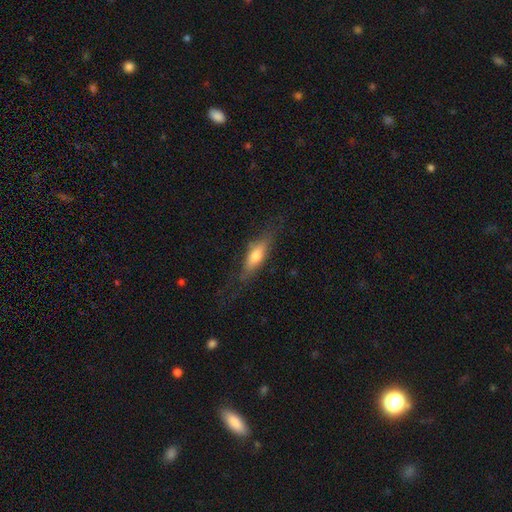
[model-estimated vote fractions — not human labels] Smooth or featured? smooth (63%)
How rounded? in between (53%)
Merging? none (71%)